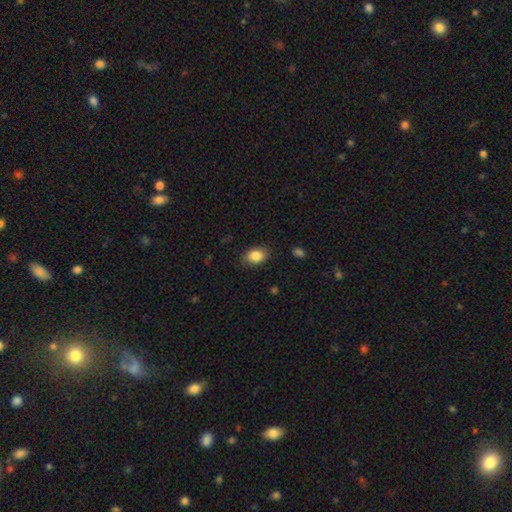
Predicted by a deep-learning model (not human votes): This appears to be a smooth galaxy with no disk features (87%) that is in between round and cigar-shaped (84%). Merging: none (84%).